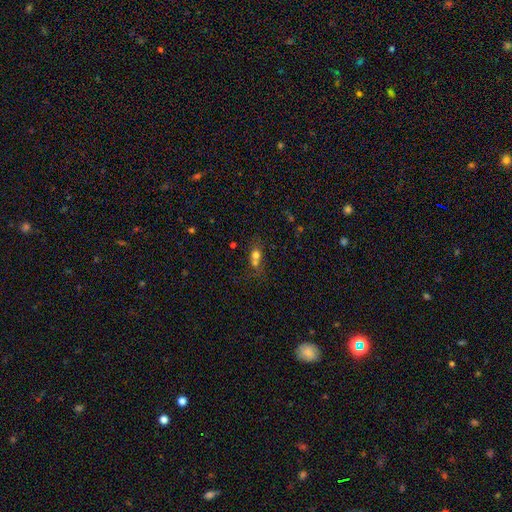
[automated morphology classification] Smooth or featured: smooth — 68% (featured or disk — 17%)
How rounded: round — 63% (in between — 34%)
Merging: merger — 60% (none — 26%)